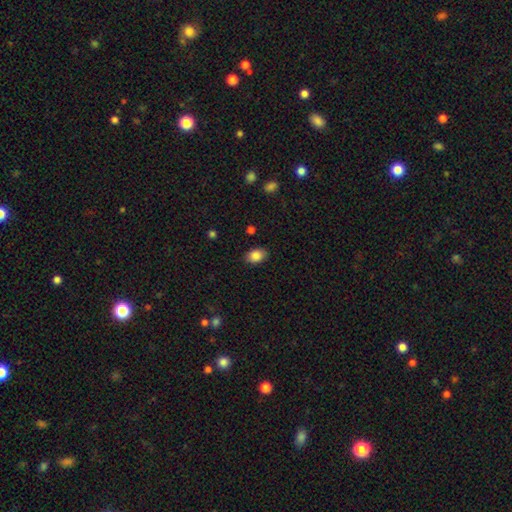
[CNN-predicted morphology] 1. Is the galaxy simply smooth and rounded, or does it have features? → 86% smooth, 8% star or artifact, 6% featured or disk.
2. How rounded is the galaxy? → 82% in between, 17% round, 1% cigar-shaped.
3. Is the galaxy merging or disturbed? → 86% none, 10% minor disturbance, 2% major disturbance, 1% merger.